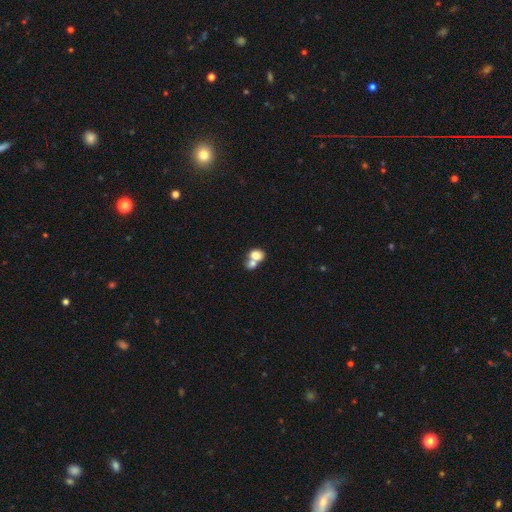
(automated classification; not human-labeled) smooth_or_featured: smooth (p=0.76) [alt: featured or disk p=0.15]
how_rounded: round (p=0.50) [alt: in between p=0.49]
merging: merger (p=0.64) [alt: none p=0.25]